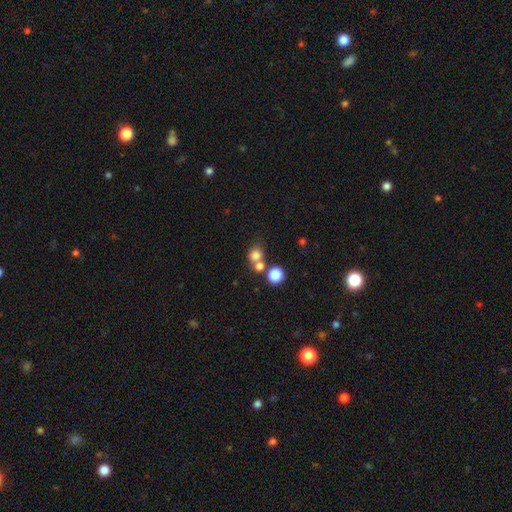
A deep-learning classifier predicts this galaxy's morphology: Overall: smooth (76%). How rounded: round (79%). Merging: none (49%; merger 39%).